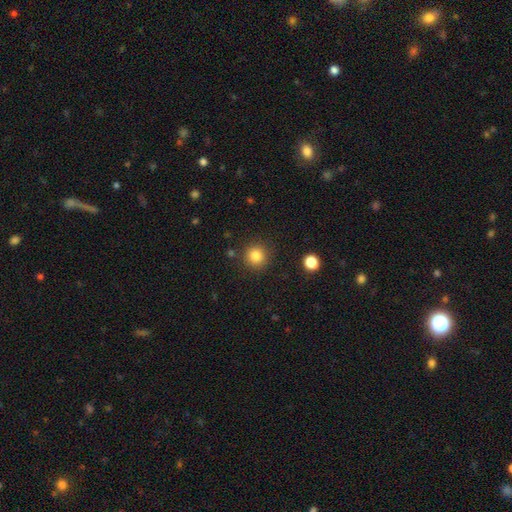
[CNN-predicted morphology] smooth 83%, star or artifact 12%, featured or disk 5%. Down the decision tree: how rounded — round (94%); merging — none (87%).